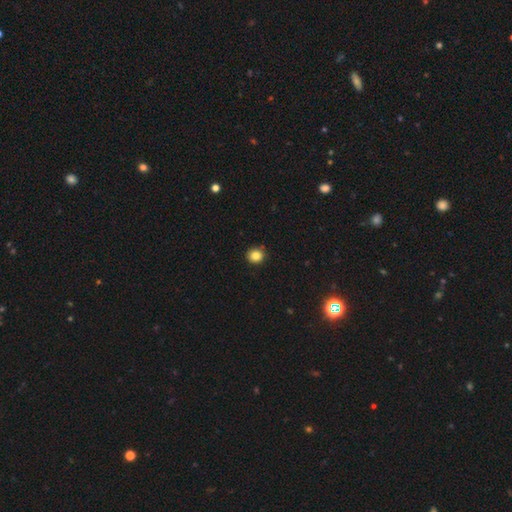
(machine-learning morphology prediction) Smooth or featured? Predicted: smooth (p=0.84). How rounded? Predicted: round (p=0.87). Merging? Predicted: none (p=0.90).